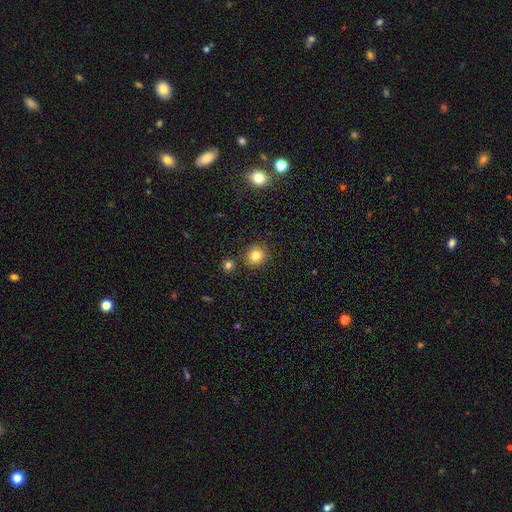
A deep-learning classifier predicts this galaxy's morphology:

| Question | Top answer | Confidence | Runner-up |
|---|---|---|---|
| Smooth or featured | smooth | 81% | star or artifact (12%) |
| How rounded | round | 88% | in between (11%) |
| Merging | none | 87% | minor disturbance (7%) |